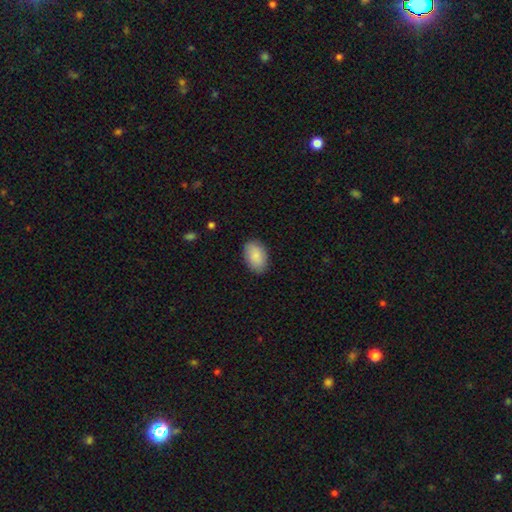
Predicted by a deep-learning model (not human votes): This appears to be a smooth galaxy with no disk features (89%) that is in between round and cigar-shaped (92%). Merging: none (87%).